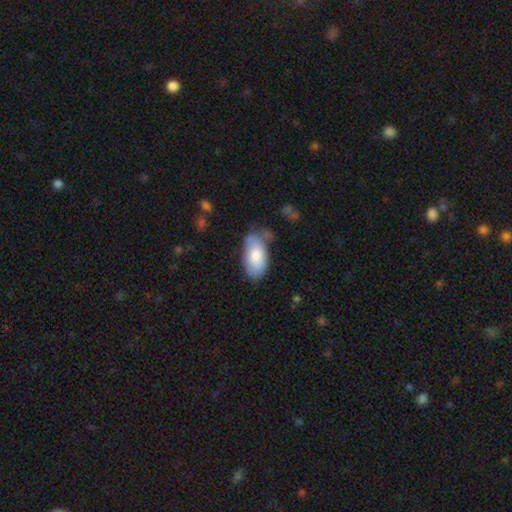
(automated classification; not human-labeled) A smooth galaxy with no disk features (77%) that is in between round and cigar-shaped (94%).

Vote fractions:
- Smooth or featured? smooth: 77% / featured or disk: 17% / star or artifact: 6%
- How rounded? in between: 94% / cigar-shaped: 3% / round: 3%
- Merging? none: 56% / minor disturbance: 29% / major disturbance: 9% / merger: 6%